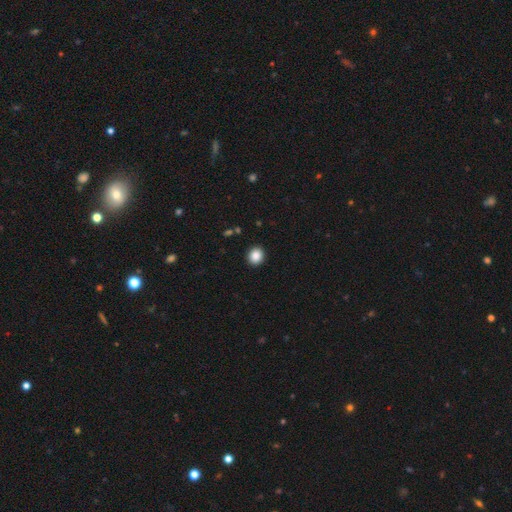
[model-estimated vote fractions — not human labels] Smooth or featured: smooth — 87% (star or artifact — 9%)
How rounded: round — 85% (in between — 14%)
Merging: none — 92% (minor disturbance — 5%)